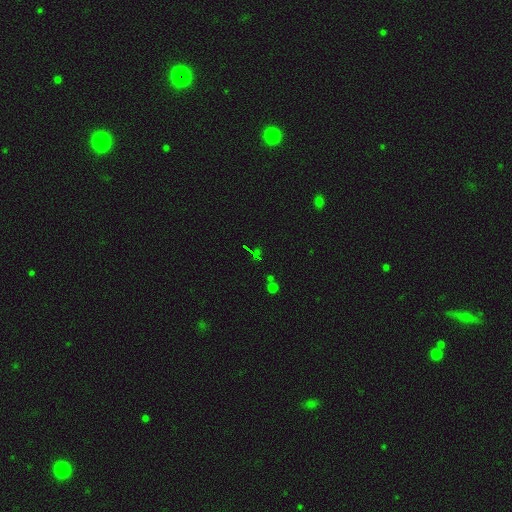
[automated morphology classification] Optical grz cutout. It shows a star or artifact, not a galaxy (67%).